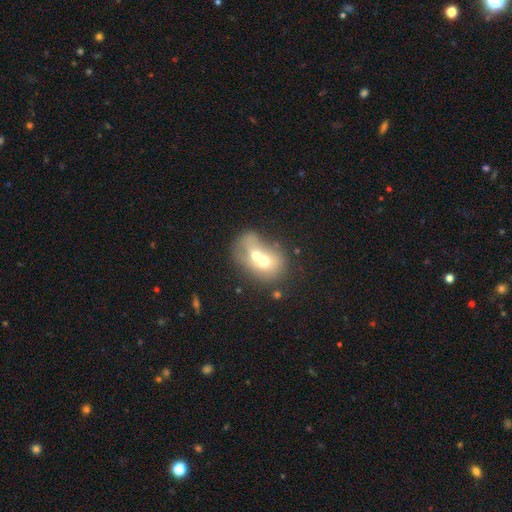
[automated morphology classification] A smooth galaxy with no disk features (56%) that is round (56%).

Vote fractions:
- Smooth or featured? smooth: 56% / featured or disk: 33% / star or artifact: 11%
- How rounded? round: 56% / in between: 43% / cigar-shaped: 1%
- Merging? merger: 76% / none: 13% / minor disturbance: 6% / major disturbance: 5%